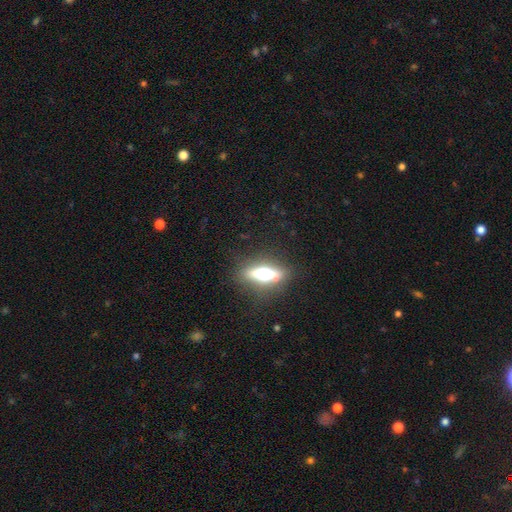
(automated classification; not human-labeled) This is possibly a featured or disk galaxy (47%). Merging: clearly none (85%).